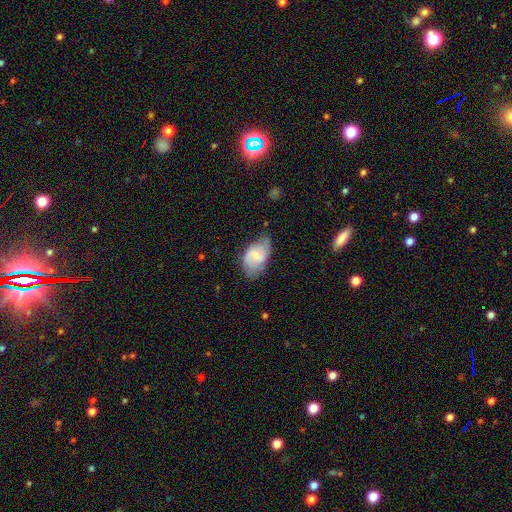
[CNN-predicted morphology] This appears to be a featured or disk galaxy (55%) with a weak bar (56%), spiral arms (84%) and a small central bulge (58%). Merging: none (60%).